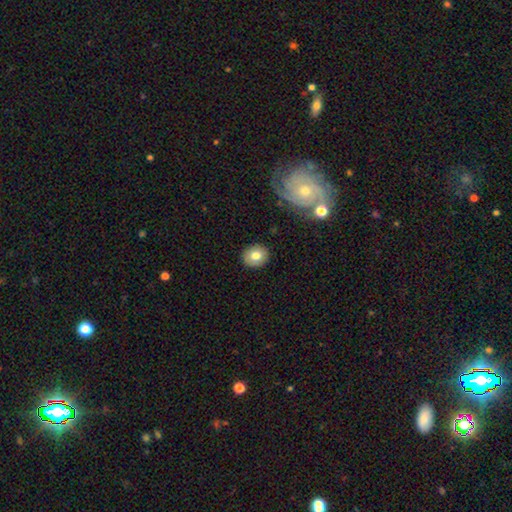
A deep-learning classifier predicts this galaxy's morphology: type=smooth (78%); roundness=round (73%); merging=none (89%).